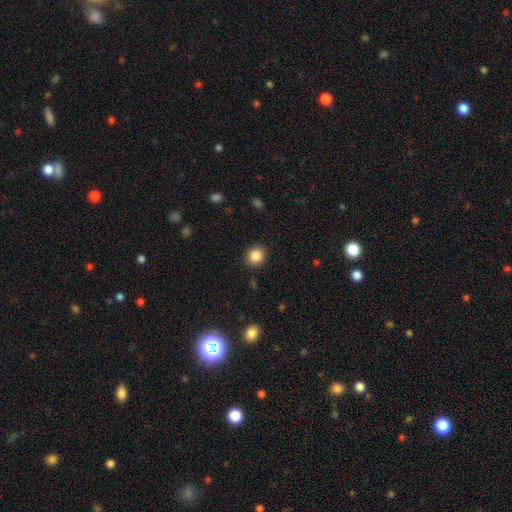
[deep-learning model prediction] A smooth galaxy with no disk features (86%) that is round (87%). Merging: none (90%).